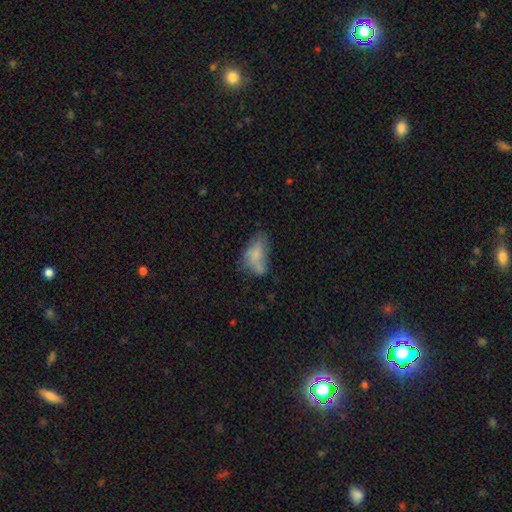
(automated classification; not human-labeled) smooth-or-featured: smooth: 64% | featured or disk: 26% | star or artifact: 10%
  how-rounded: in between: 89% | round: 7% | cigar-shaped: 4%
  merging: none: 33% | minor disturbance: 28% | major disturbance: 20% | merger: 19%